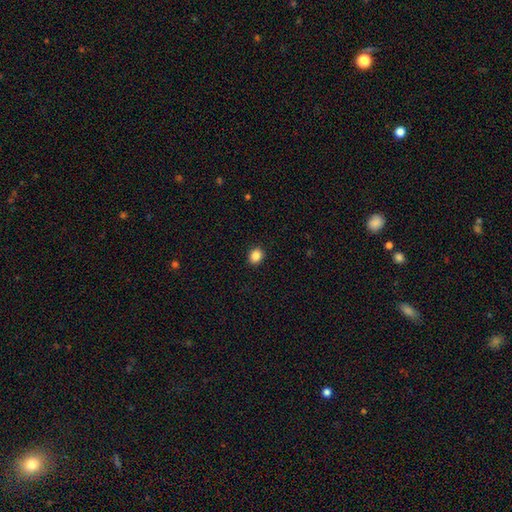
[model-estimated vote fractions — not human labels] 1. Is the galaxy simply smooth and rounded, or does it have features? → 86% smooth, 10% star or artifact, 4% featured or disk.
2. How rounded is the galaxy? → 63% round, 36% in between, 1% cigar-shaped.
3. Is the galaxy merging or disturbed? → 91% none, 6% minor disturbance, 2% major disturbance, 1% merger.